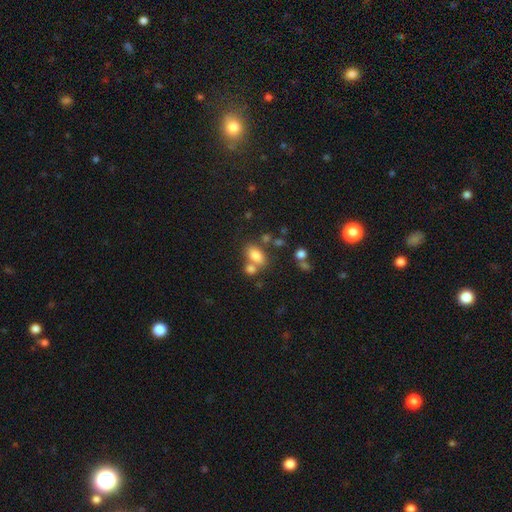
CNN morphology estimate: Smooth or featured? Predicted: smooth (p=0.80). How rounded? Predicted: in between (p=0.87). Merging? Predicted: none (p=0.50).